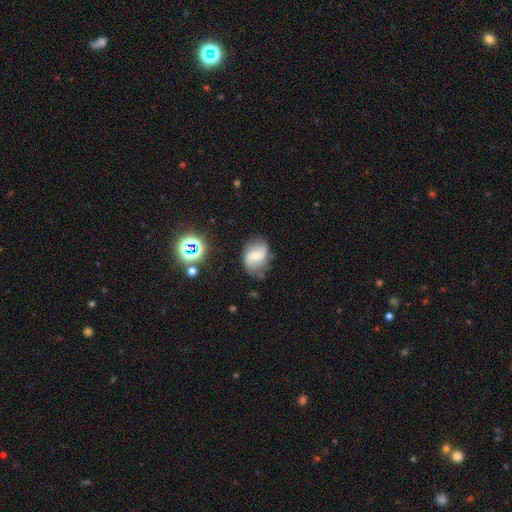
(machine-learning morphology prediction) featured or disk 62%, smooth 27%, star or artifact 11%. Down the decision tree: edge-on disk — no (97%); bar — weak (50%); spiral arms — yes (88%); spiral arm count — 2 (86%); spiral winding — loose (53%); bulge size — moderate (46%); merging — none (70%).